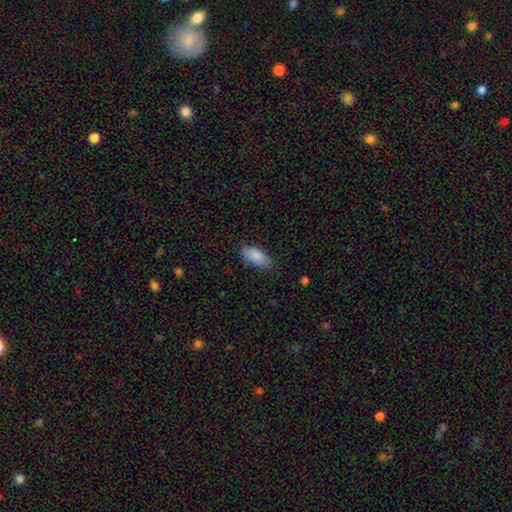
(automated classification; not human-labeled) Smooth or featured?
  - smooth: 86% *
  - featured or disk: 8%
  - star or artifact: 6%
How rounded?
  - in between: 88% *
  - cigar-shaped: 10%
  - round: 2%
Merging?
  - none: 80% *
  - minor disturbance: 16%
  - major disturbance: 3%
  - merger: 1%